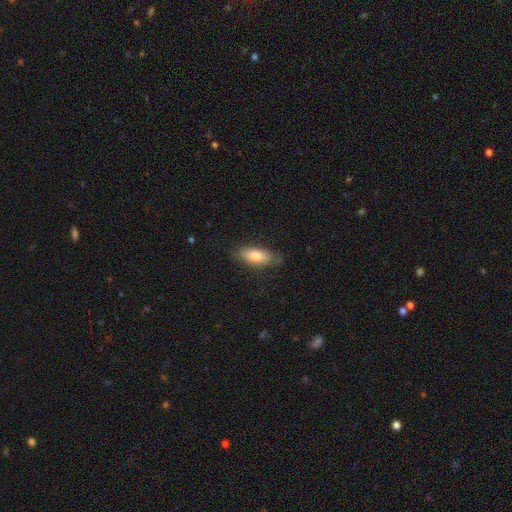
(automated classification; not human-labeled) Smooth or featured: smooth — 78% (featured or disk — 15%)
How rounded: in between — 73% (cigar-shaped — 25%)
Merging: none — 77% (minor disturbance — 18%)